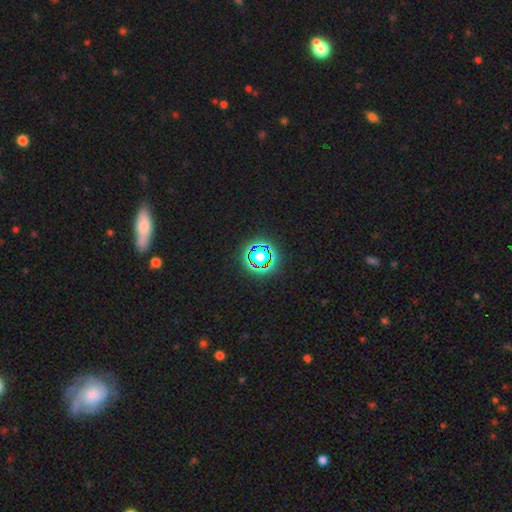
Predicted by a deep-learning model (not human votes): smooth_or_featured: star or artifact (p=0.62) [alt: smooth p=0.27]